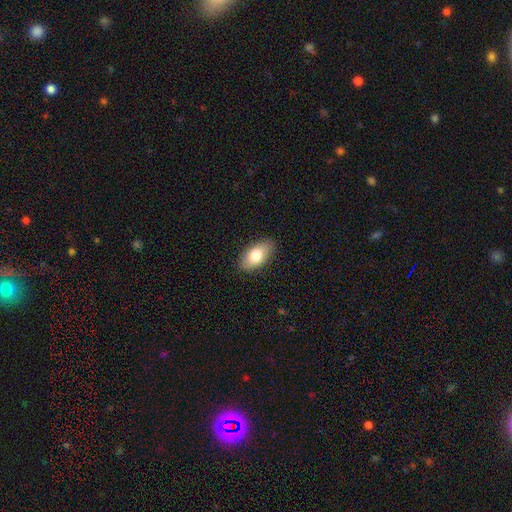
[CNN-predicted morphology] Q: Smooth or featured?
A: smooth (78%); runner-up: featured or disk (16%)
Q: How rounded?
A: in between (92%); runner-up: cigar-shaped (4%)
Q: Merging?
A: none (87%); runner-up: minor disturbance (10%)